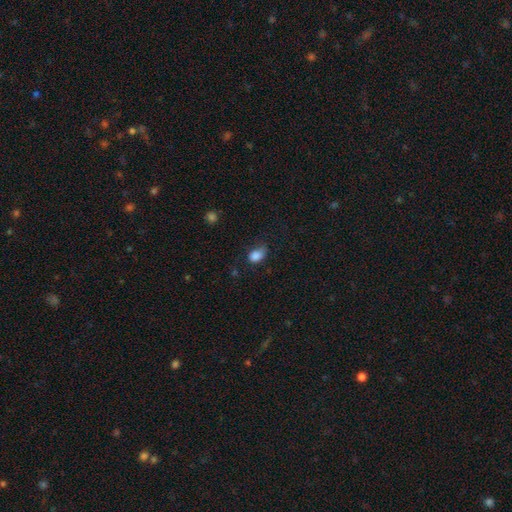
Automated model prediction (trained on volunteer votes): A smooth galaxy with no disk features (85%) that is in between round and cigar-shaped (78%).

Vote fractions:
- Smooth or featured? smooth: 85% / star or artifact: 9% / featured or disk: 5%
- How rounded? in between: 78% / round: 21% / cigar-shaped: 1%
- Merging? none: 48% / minor disturbance: 35% / major disturbance: 14% / merger: 2%